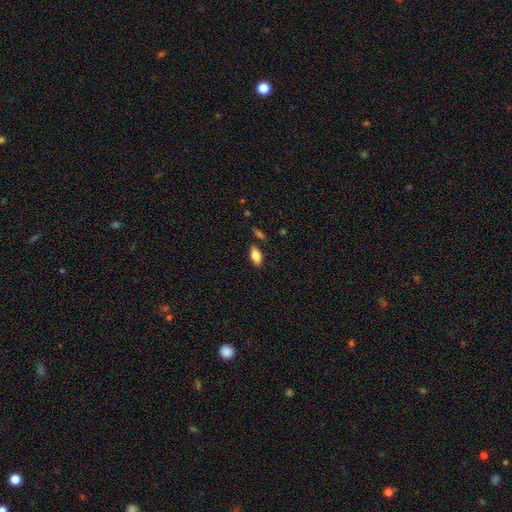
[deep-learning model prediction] Q: Smooth or featured?
A: smooth (81%); runner-up: featured or disk (12%)
Q: How rounded?
A: in between (90%); runner-up: cigar-shaped (7%)
Q: Merging?
A: none (82%); runner-up: minor disturbance (12%)